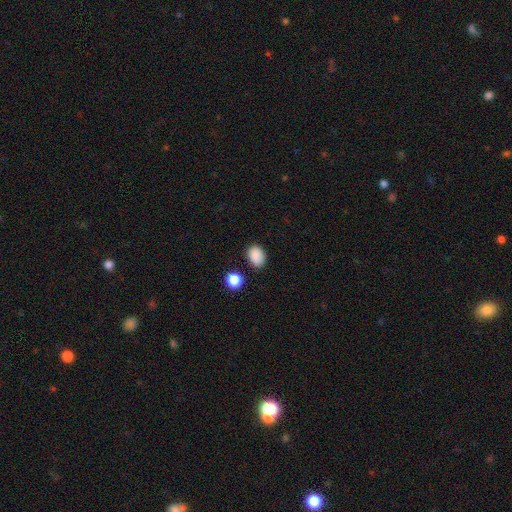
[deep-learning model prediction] smooth_or_featured: smooth (p=0.87) [alt: star or artifact p=0.10]
how_rounded: in between (p=0.72) [alt: round p=0.27]
merging: none (p=0.79) [alt: minor disturbance p=0.13]